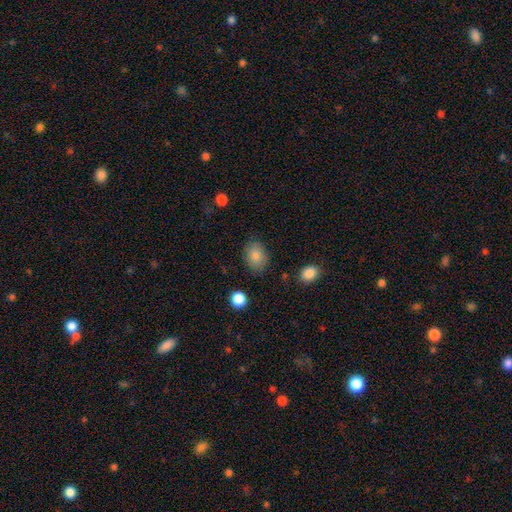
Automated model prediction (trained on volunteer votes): Smooth or featured? Predicted: smooth (p=0.85). How rounded? Predicted: in between (p=0.69). Merging? Predicted: none (p=0.83).